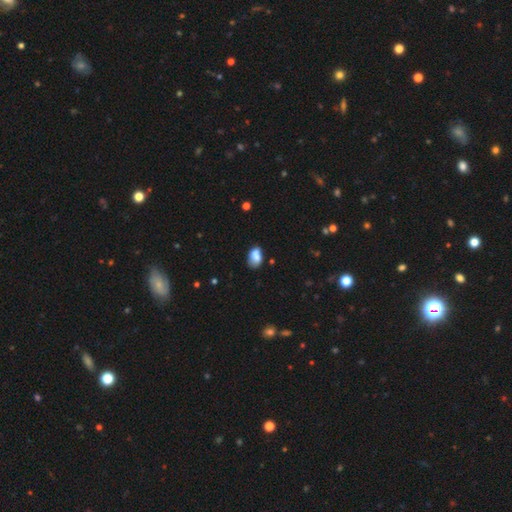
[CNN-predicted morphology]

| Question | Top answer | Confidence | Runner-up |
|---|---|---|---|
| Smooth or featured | smooth | 80% | featured or disk (11%) |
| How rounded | in between | 87% | round (12%) |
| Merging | none | 53% | minor disturbance (30%) |